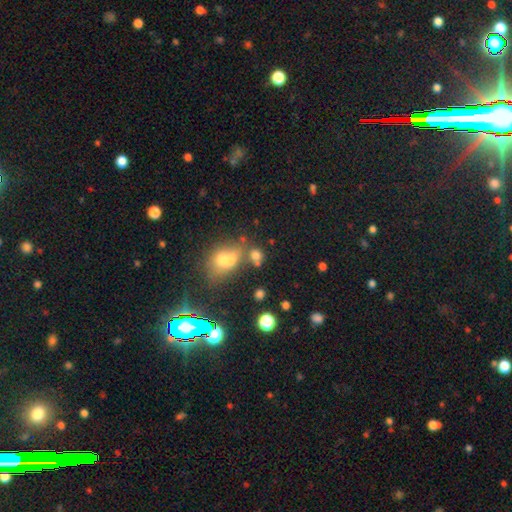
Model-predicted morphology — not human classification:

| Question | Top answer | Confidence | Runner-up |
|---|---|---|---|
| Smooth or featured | smooth | 68% | star or artifact (19%) |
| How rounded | round | 60% | in between (38%) |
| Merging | merger | 44% | none (41%) |